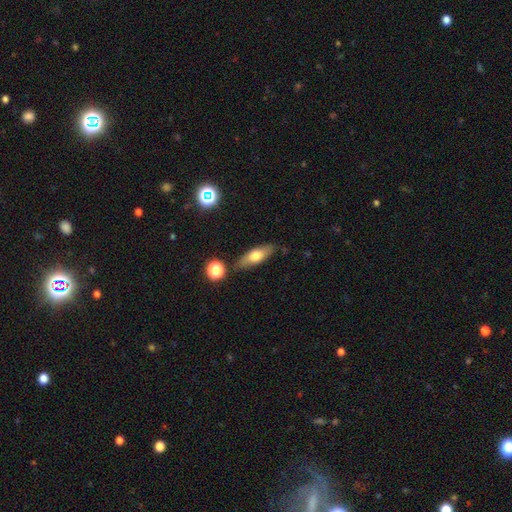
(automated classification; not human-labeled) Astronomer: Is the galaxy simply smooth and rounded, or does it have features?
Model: smooth — 64%.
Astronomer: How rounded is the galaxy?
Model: in between — 63%.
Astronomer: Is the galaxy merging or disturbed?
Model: none — 81%.